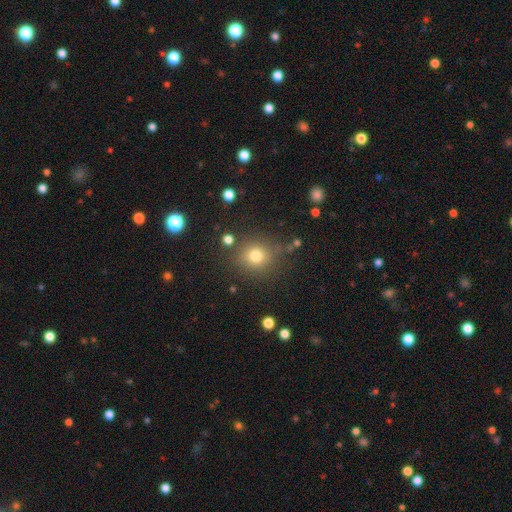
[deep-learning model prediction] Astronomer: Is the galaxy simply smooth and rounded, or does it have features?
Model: smooth — 76%.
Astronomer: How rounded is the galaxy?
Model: round — 86%.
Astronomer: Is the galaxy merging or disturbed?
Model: none — 82%.